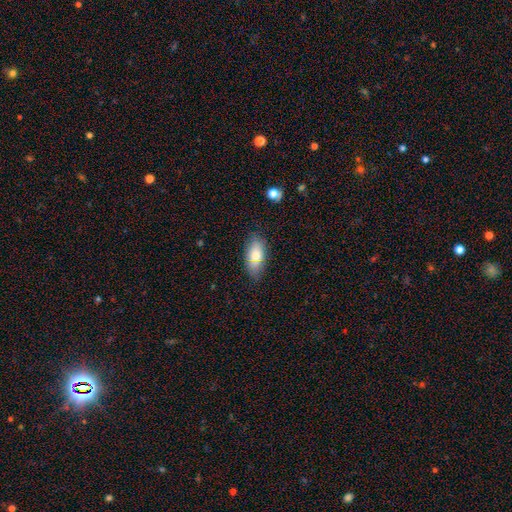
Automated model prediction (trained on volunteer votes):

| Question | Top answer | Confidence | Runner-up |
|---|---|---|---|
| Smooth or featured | smooth | 77% | featured or disk (15%) |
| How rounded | in between | 86% | cigar-shaped (10%) |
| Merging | none | 78% | minor disturbance (15%) |